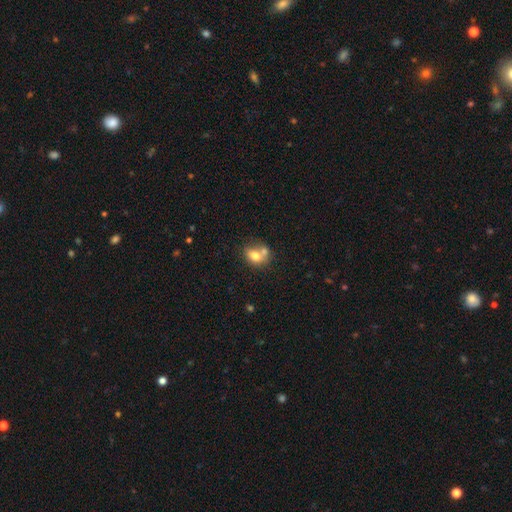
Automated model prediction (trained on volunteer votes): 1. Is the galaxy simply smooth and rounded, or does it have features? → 73% smooth, 18% featured or disk, 9% star or artifact.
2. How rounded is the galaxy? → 60% in between, 39% round, 1% cigar-shaped.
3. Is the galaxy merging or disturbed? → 49% merger, 33% none, 12% minor disturbance, 5% major disturbance.